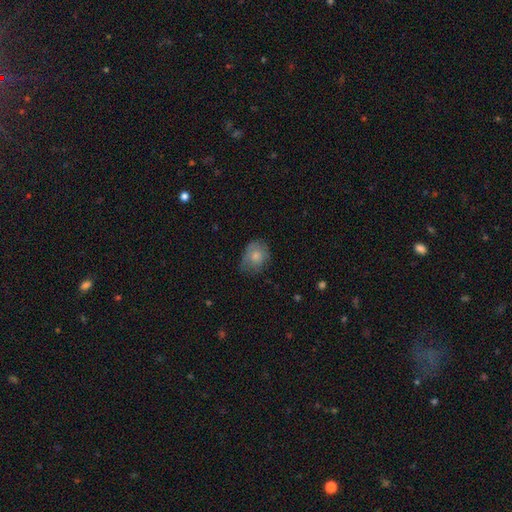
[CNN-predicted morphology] Smooth or featured? Predicted: smooth (p=0.75). How rounded? Predicted: round (p=0.56). Merging? Predicted: none (p=0.54).